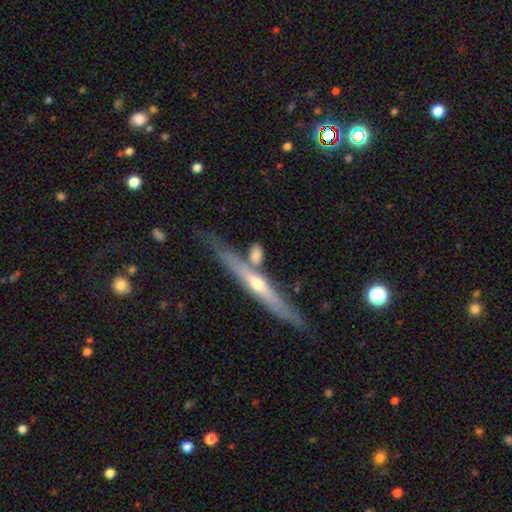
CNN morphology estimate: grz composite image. It shows a featured or disk galaxy (51%) viewed edge-on (85%). Merging: none (61%).